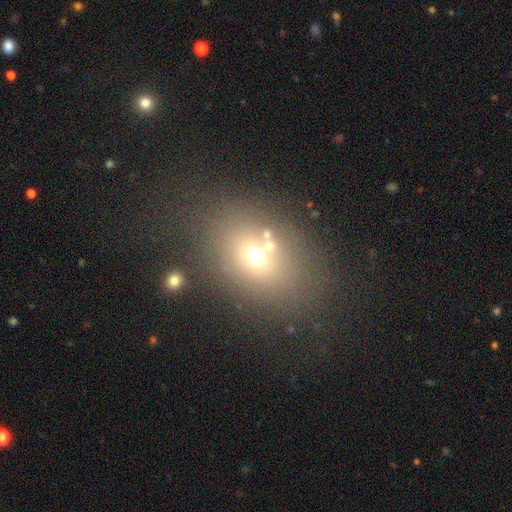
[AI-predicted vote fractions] Morphology: type=smooth (61%); roundness=in between (62%); merging=none (60%).